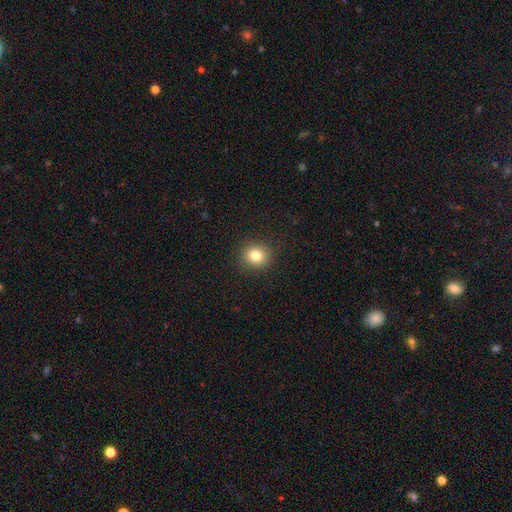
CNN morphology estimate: The model was most divided on "smooth or featured": smooth: 81%, star or artifact: 12%, featured or disk: 7%. More confident: merging — none (91%); how rounded — round (86%).